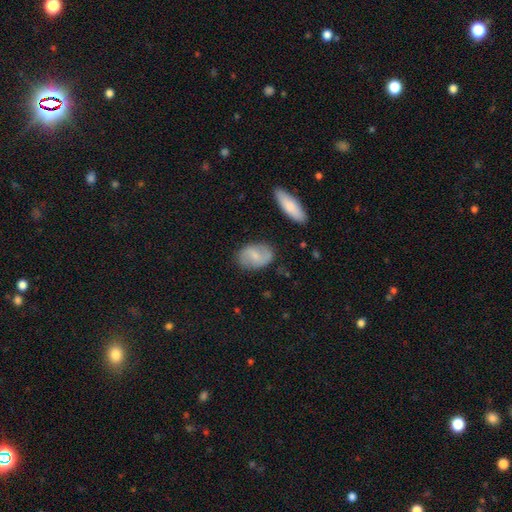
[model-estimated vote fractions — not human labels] smooth_or_featured: featured or disk (p=0.52) [alt: smooth p=0.42]
disk_edge_on: no (p=0.96) [alt: yes p=0.04]
merging: none (p=0.82) [alt: minor disturbance p=0.13]